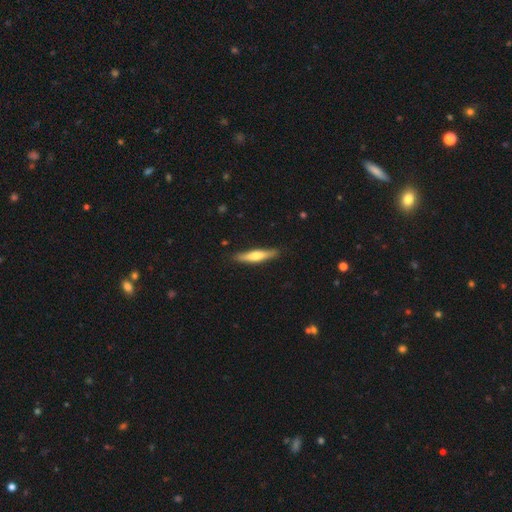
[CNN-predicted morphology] Smooth or featured?
  - smooth: 55% *
  - featured or disk: 40%
  - star or artifact: 5%
How rounded?
  - cigar-shaped: 85% *
  - in between: 13%
  - round: 1%
Merging?
  - none: 86% *
  - minor disturbance: 11%
  - major disturbance: 2%
  - merger: 1%